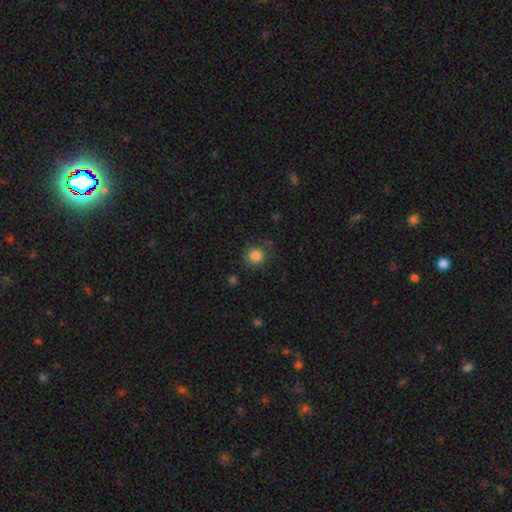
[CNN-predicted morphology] smooth-or-featured: smooth: 85% | star or artifact: 11% | featured or disk: 5%
  how-rounded: round: 91% | in between: 8% | cigar-shaped: 1%
  merging: none: 79% | minor disturbance: 14% | major disturbance: 5% | merger: 3%